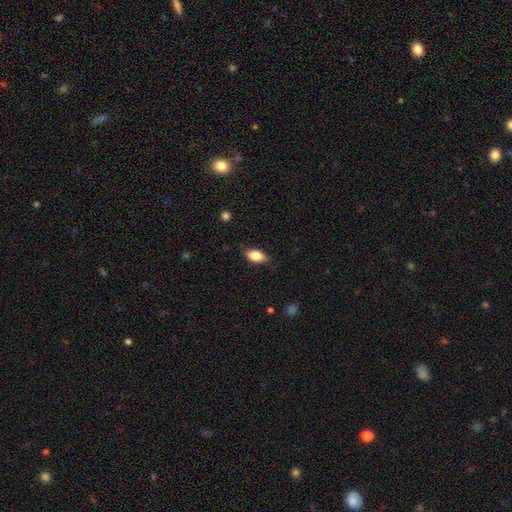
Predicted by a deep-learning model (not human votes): This is likely a smooth galaxy (77%). How rounded: clearly in between (86%). Merging: likely none (77%).